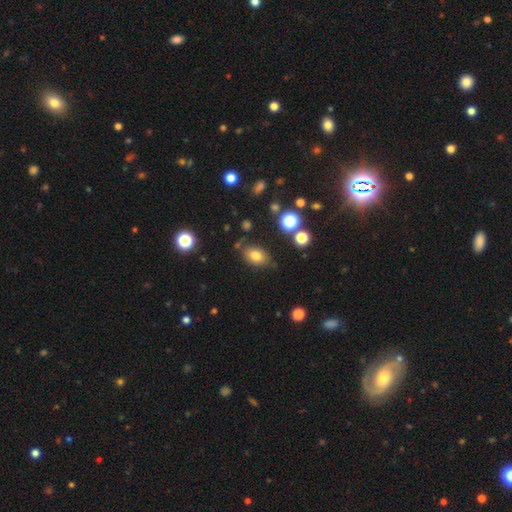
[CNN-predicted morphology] type=smooth (76%); roundness=in between (80%); merging=none (76%).